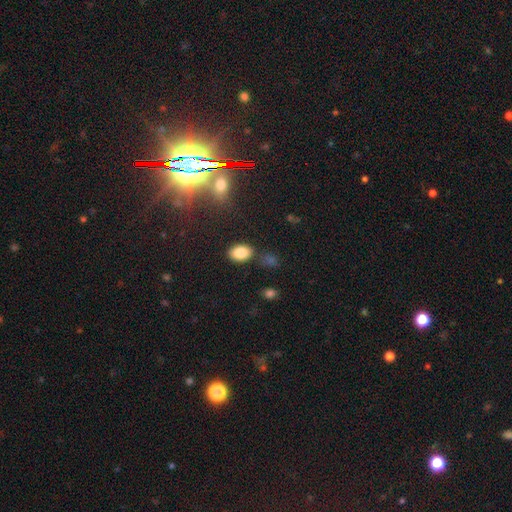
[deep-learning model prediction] A star or artifact, not a galaxy (77%).